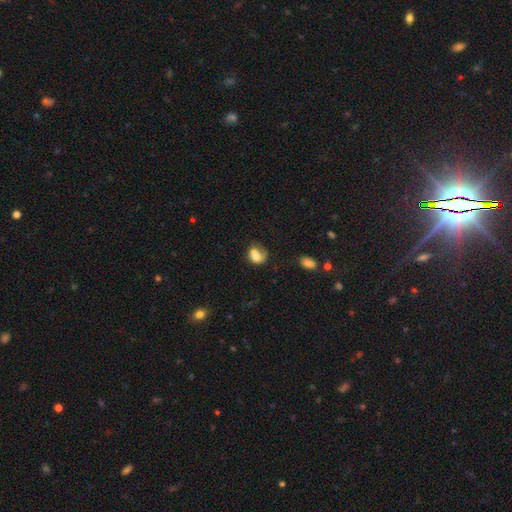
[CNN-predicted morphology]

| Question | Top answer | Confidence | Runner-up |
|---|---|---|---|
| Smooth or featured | smooth | 64% | featured or disk (26%) |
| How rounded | in between | 57% | round (42%) |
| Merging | merger | 33% | none (28%) |